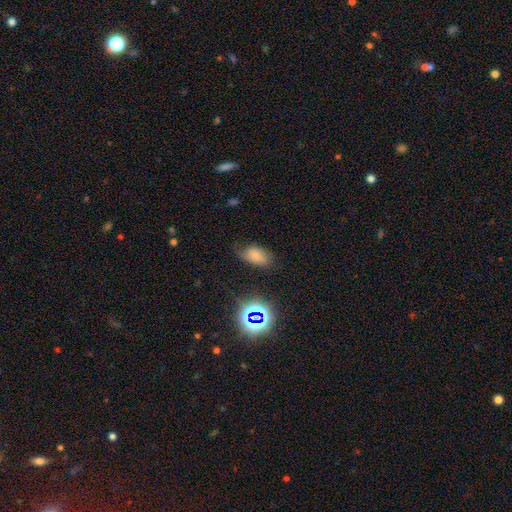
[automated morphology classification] A smooth galaxy with no disk features (71%) that is in between round and cigar-shaped (91%). Merging: none (66%).